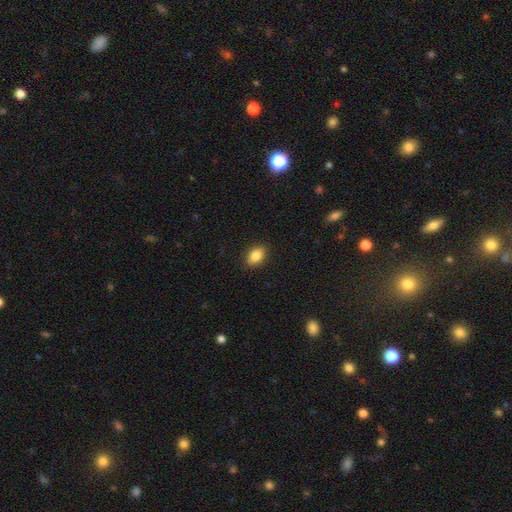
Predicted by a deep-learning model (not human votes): Smooth or featured: smooth — 86% (star or artifact — 8%)
How rounded: in between — 83% (round — 15%)
Merging: none — 89% (minor disturbance — 8%)